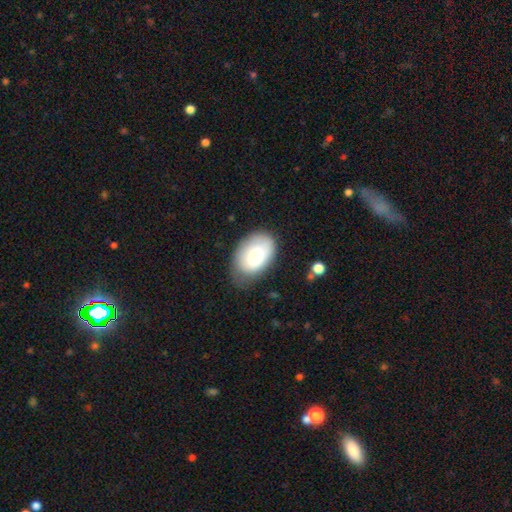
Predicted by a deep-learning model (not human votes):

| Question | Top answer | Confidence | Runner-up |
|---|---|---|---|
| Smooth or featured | smooth | 79% | featured or disk (15%) |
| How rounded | in between | 88% | round (11%) |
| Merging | none | 60% | minor disturbance (29%) |